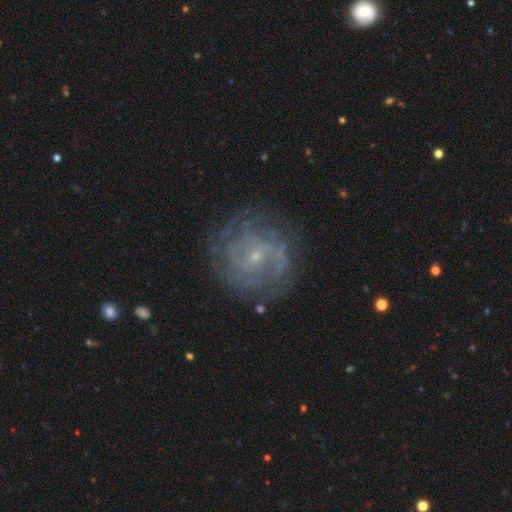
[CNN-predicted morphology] A featured or disk galaxy (79%) with no bar (53%), tight (54%) spiral arms (90%) and a small central bulge (84%). Merging: none (77%).